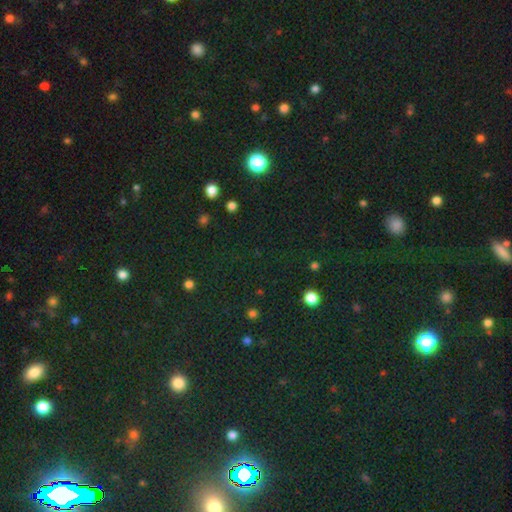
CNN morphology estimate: star or artifact 73%, smooth 20%, featured or disk 7%.